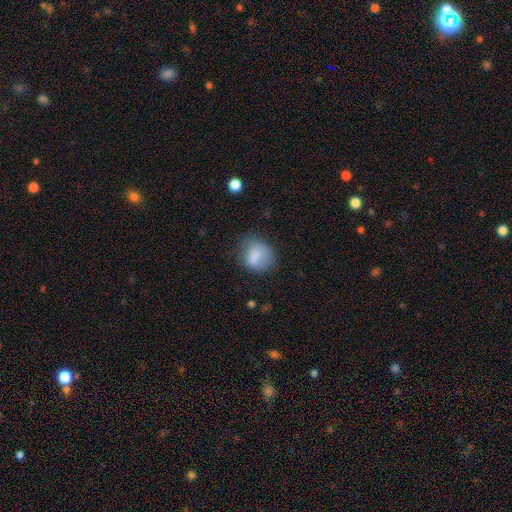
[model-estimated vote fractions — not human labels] Q: Smooth or featured?
A: smooth (80%); runner-up: featured or disk (11%)
Q: How rounded?
A: round (55%); runner-up: in between (44%)
Q: Merging?
A: none (54%); runner-up: minor disturbance (29%)